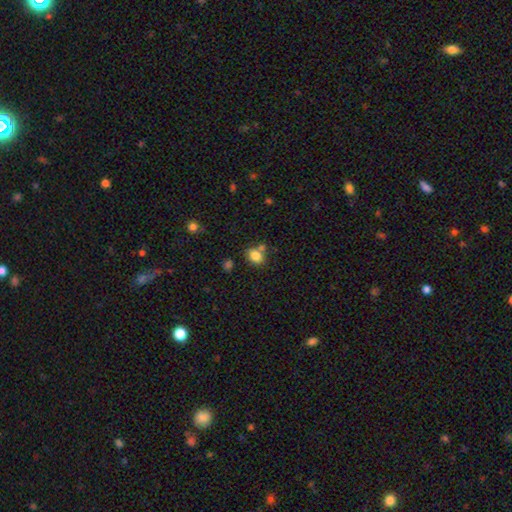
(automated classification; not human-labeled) This is clearly a smooth galaxy (82%). How rounded: possibly in between (51%). Merging: likely none (62%).